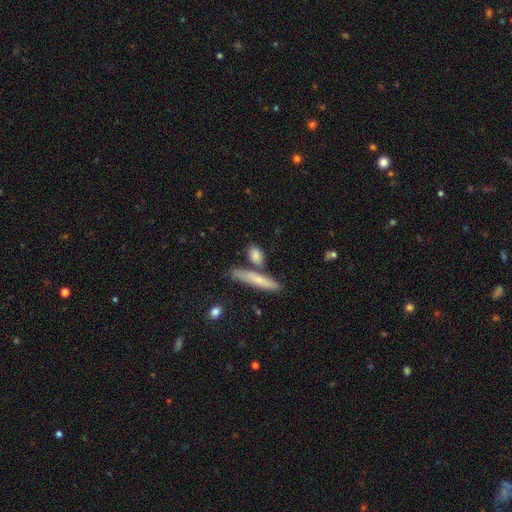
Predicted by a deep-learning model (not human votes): This is likely a smooth galaxy (79%). How rounded: marginally in between (45%). Merging: likely none (66%).